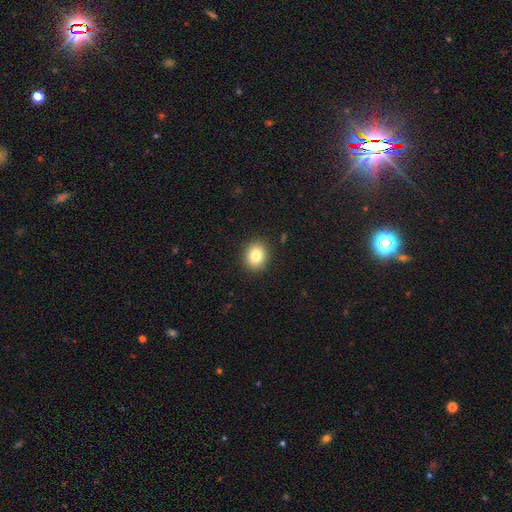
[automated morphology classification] smooth_or_featured: smooth (p=0.83) [alt: star or artifact p=0.10]
how_rounded: round (p=0.63) [alt: in between p=0.36]
merging: none (p=0.90) [alt: minor disturbance p=0.07]